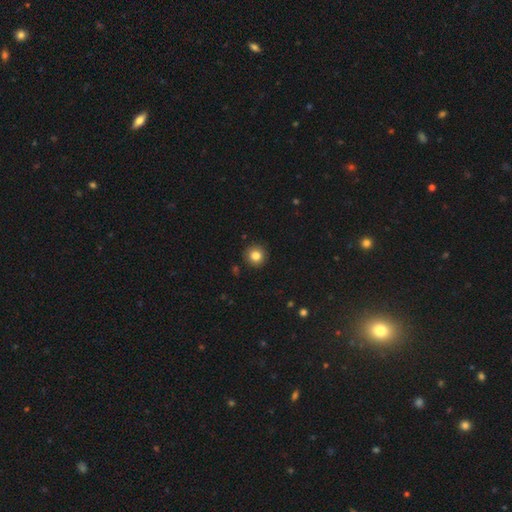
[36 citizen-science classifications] smooth 89%, featured or disk 6%, star or artifact 6%. Down the decision tree: how rounded — round (100%); merging — none (94%).